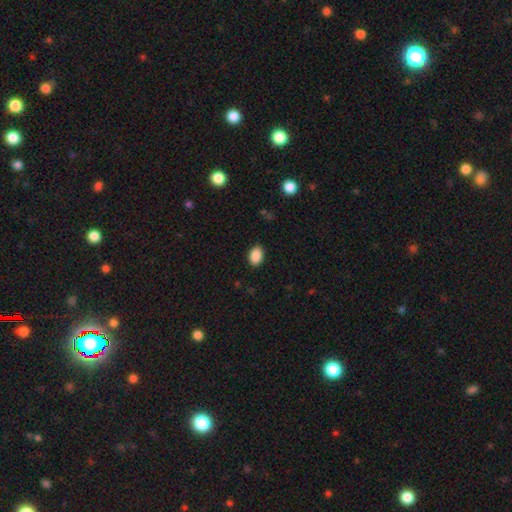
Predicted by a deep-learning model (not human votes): This appears to be a smooth galaxy with no disk features (89%) that is in between round and cigar-shaped (82%). Merging: none (89%).